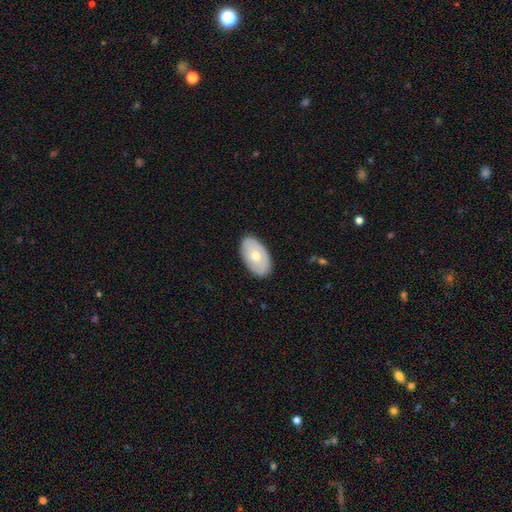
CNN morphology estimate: Q: Smooth or featured?
A: smooth (62%); runner-up: featured or disk (33%)
Q: How rounded?
A: in between (93%); runner-up: round (5%)
Q: Merging?
A: none (86%); runner-up: minor disturbance (10%)